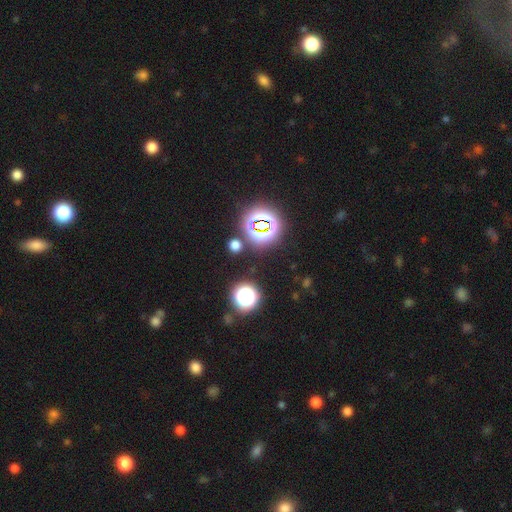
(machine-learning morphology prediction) This is likely a star or artifact rather than a galaxy (80%).